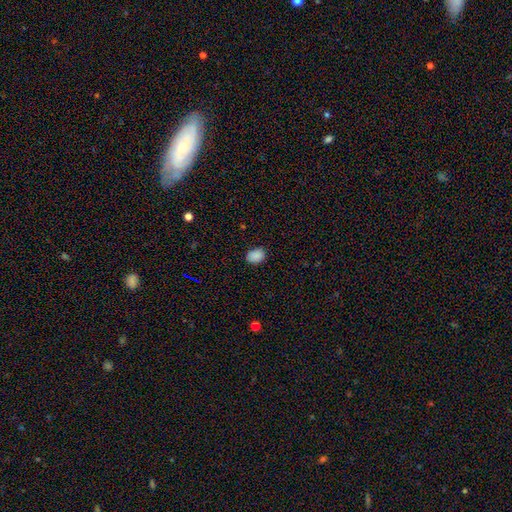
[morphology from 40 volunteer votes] Smooth or featured? 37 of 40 (92%) said smooth. How rounded? 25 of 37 (68%) said in between. Merging? 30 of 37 (81%) said none.